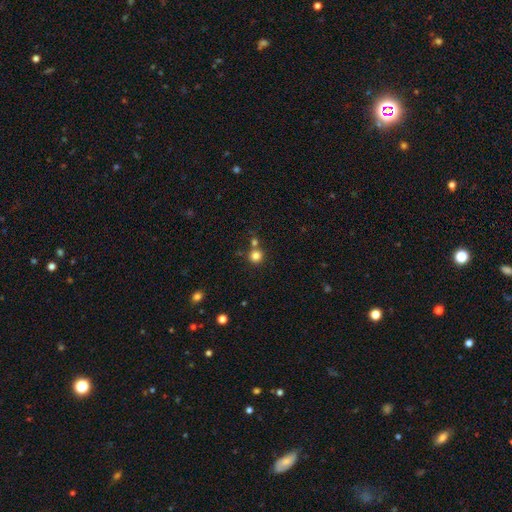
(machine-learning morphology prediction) This is clearly a smooth galaxy (81%). How rounded: clearly round (92%). Merging: likely none (71%).